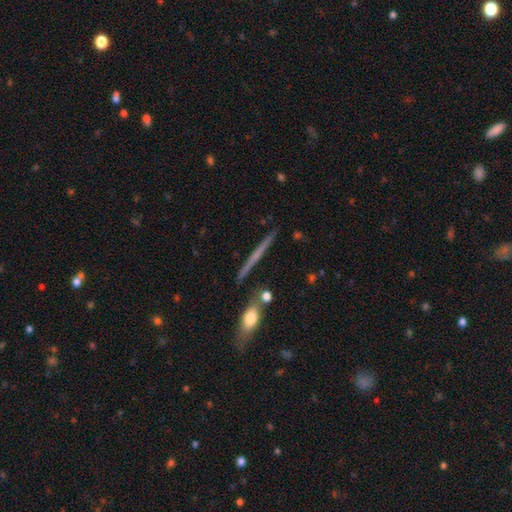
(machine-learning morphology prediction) Overall: featured or disk (62%; smooth 30%). Edge-on disk: yes (97%). Edge-on bulge: none (67%). Merging: none (87%).